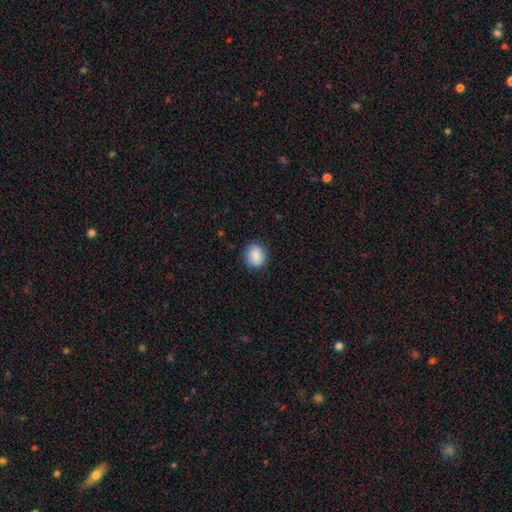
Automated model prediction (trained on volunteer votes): Overall: smooth (83%). How rounded: round (69%; in between 30%). Merging: none (85%).